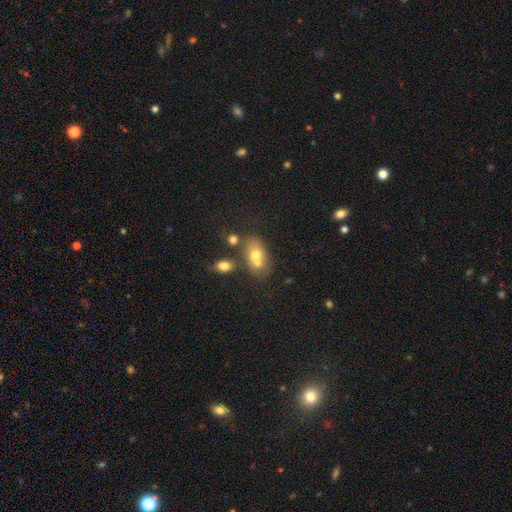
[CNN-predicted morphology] This appears to be a smooth galaxy with no disk features (65%) that is in between round and cigar-shaped (74%). Merging: merger (49%).